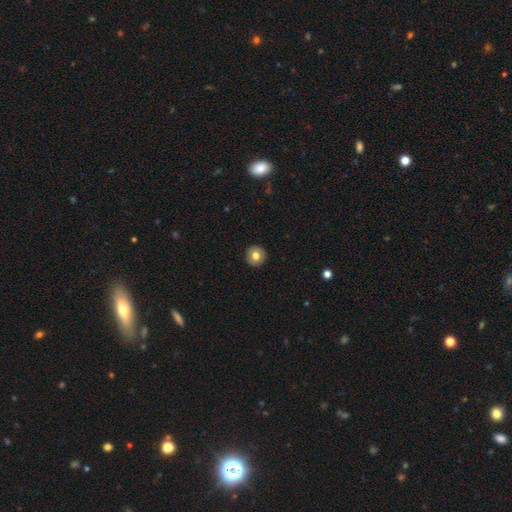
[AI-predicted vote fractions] smooth_or_featured: smooth (p=0.73) [alt: featured or disk p=0.18]
how_rounded: round (p=0.93) [alt: in between p=0.06]
merging: none (p=0.92) [alt: minor disturbance p=0.06]